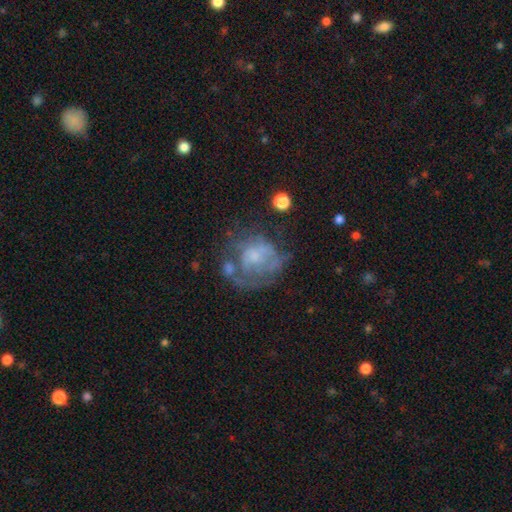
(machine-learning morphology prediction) smooth-or-featured: featured or disk: 61% | smooth: 29% | star or artifact: 11%
  disk-edge-on: no: 98% | yes: 2%
    bar: no: 80% | weak: 18% | strong: 3%
    has-spiral-arms: no: 52% | yes: 48%
    bulge-size: small: 44% | moderate: 26% | none: 25% | large: 4% | dominant: 1%
  merging: none: 39% | major disturbance: 31% | minor disturbance: 22% | merger: 8%